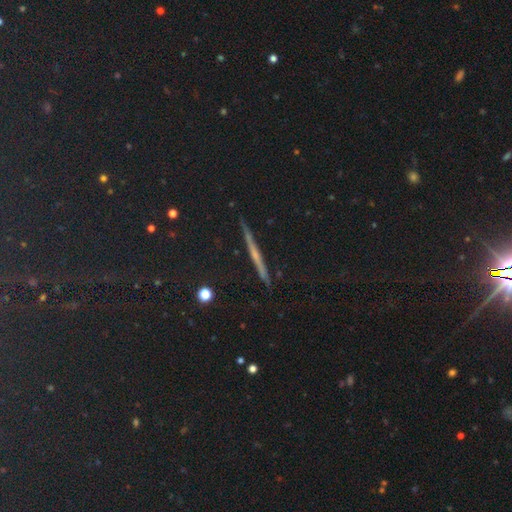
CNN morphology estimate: type=featured or disk (53%); edge-on=yes (95%); edge-on bulge=none (54%); merging=none (91%).